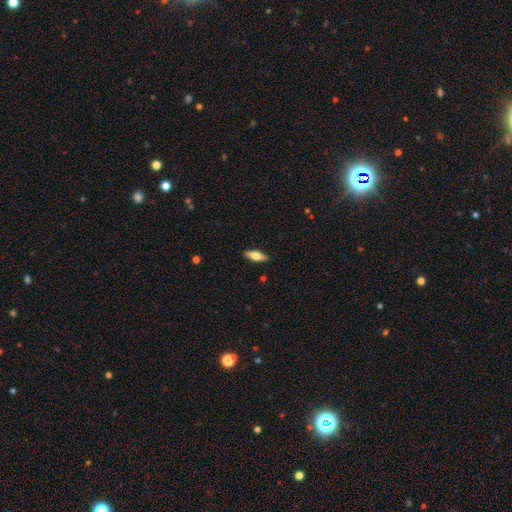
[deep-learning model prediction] Q: Smooth or featured?
A: smooth (60%); runner-up: featured or disk (33%)
Q: How rounded?
A: in between (62%); runner-up: cigar-shaped (35%)
Q: Merging?
A: none (89%); runner-up: minor disturbance (8%)